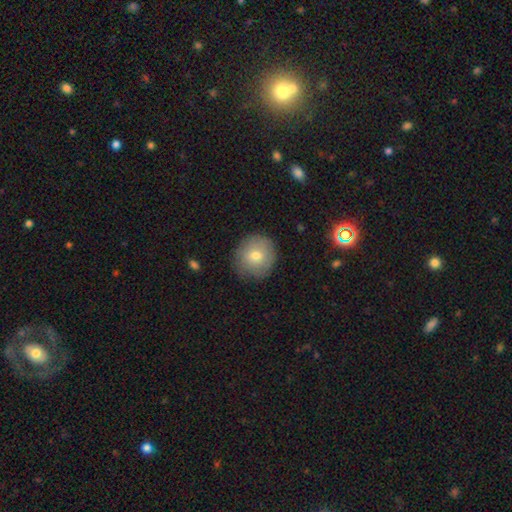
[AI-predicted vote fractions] Smooth or featured: smooth — 73% (featured or disk — 17%)
How rounded: round — 91% (in between — 8%)
Merging: none — 84% (minor disturbance — 12%)